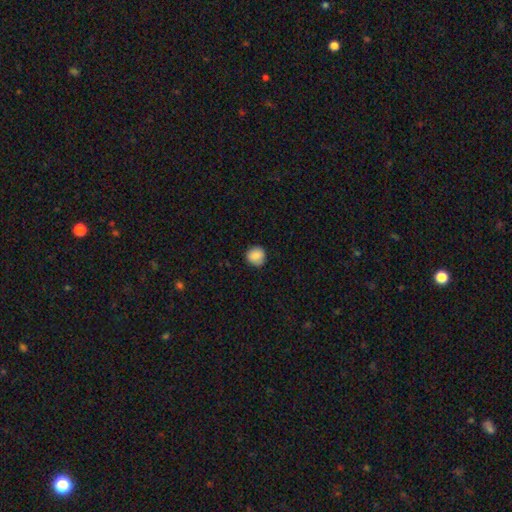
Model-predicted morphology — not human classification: Overall: smooth (87%). How rounded: round (90%). Merging: none (84%).